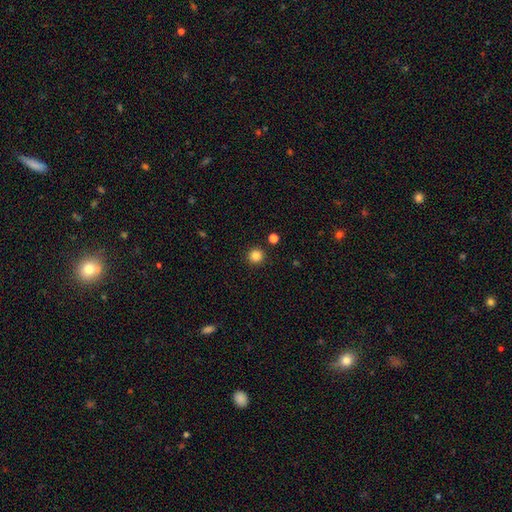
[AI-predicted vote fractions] Morphology: type=smooth (84%); roundness=round (95%); merging=none (91%).